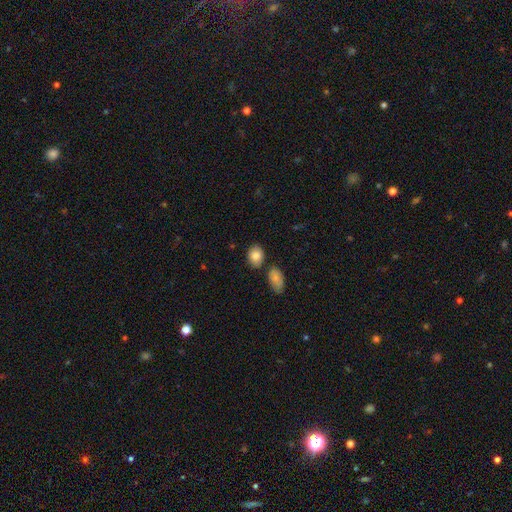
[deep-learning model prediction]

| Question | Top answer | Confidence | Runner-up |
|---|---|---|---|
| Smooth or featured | smooth | 84% | featured or disk (9%) |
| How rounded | in between | 68% | round (31%) |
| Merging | none | 74% | minor disturbance (13%) |